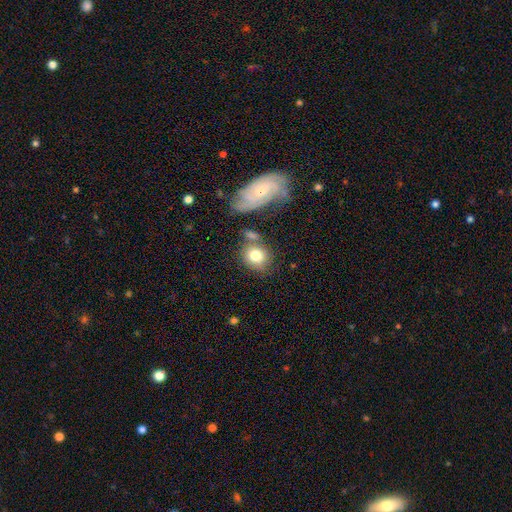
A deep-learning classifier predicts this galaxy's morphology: Smooth or featured? Predicted: smooth (p=0.75). How rounded? Predicted: round (p=0.65). Merging? Predicted: none (p=0.57).